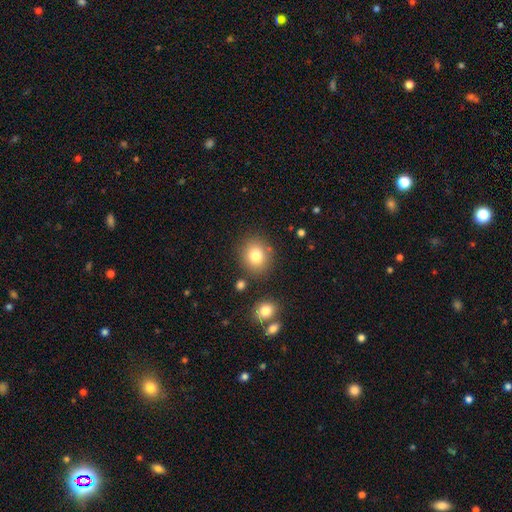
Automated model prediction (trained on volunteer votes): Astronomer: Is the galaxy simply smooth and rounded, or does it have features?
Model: smooth — 81%.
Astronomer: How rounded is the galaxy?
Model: round — 74%.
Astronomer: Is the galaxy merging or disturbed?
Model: none — 81%.